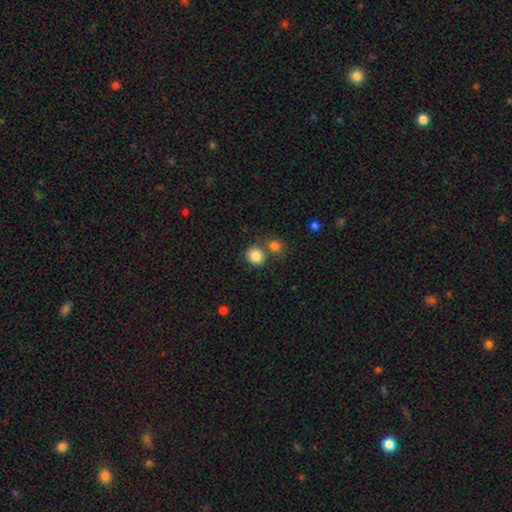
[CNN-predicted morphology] smooth_or_featured: smooth (p=0.84) [alt: star or artifact p=0.10]
how_rounded: round (p=0.82) [alt: in between p=0.17]
merging: none (p=0.64) [alt: merger p=0.24]